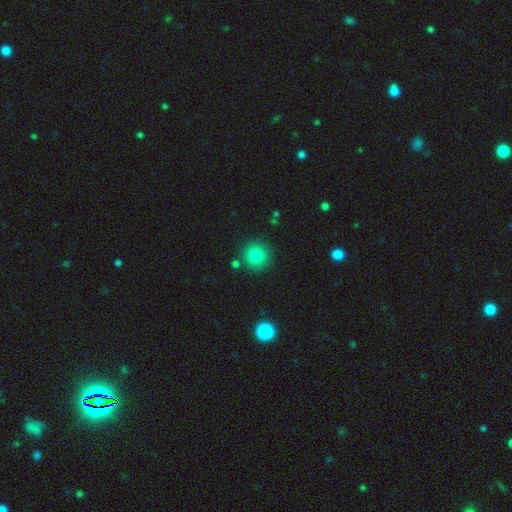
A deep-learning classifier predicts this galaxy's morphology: smooth_or_featured: smooth (p=0.82) [alt: star or artifact p=0.11]
how_rounded: round (p=0.95) [alt: in between p=0.04]
merging: none (p=0.86) [alt: minor disturbance p=0.07]